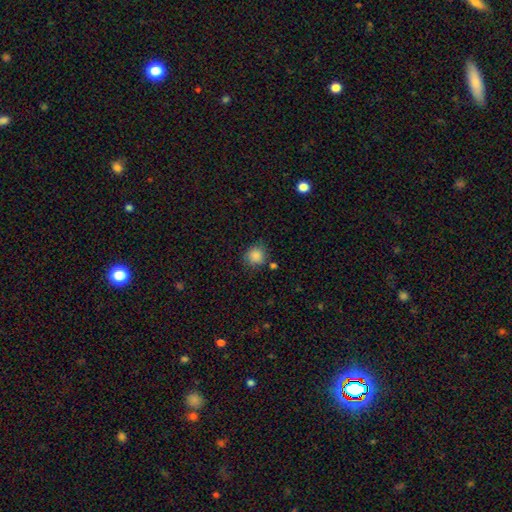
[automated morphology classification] A smooth galaxy with no disk features (85%) that is round (88%).

Vote fractions:
- Smooth or featured? smooth: 85% / star or artifact: 10% / featured or disk: 5%
- How rounded? round: 88% / in between: 11% / cigar-shaped: 1%
- Merging? none: 74% / minor disturbance: 17% / merger: 5% / major disturbance: 5%